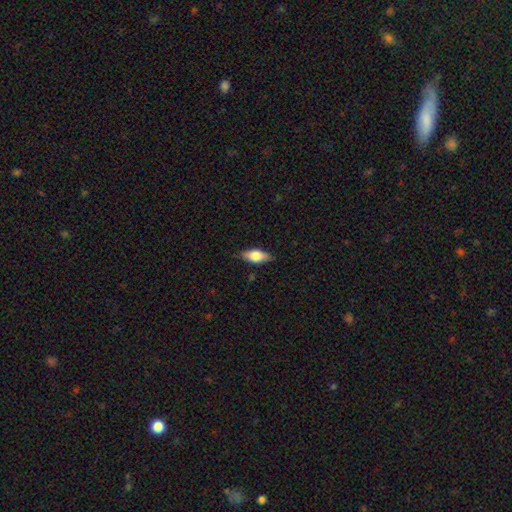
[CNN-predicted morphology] Smooth or featured?
  - smooth: 67% *
  - featured or disk: 26%
  - star or artifact: 7%
How rounded?
  - in between: 79% *
  - cigar-shaped: 18%
  - round: 3%
Merging?
  - none: 83% *
  - minor disturbance: 14%
  - major disturbance: 3%
  - merger: 1%